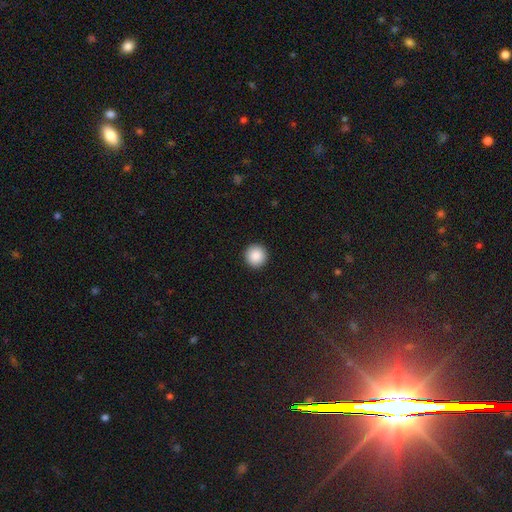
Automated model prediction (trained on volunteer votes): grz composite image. It shows a smooth galaxy with no disk features (88%) that is round (96%). Merging: none (93%).